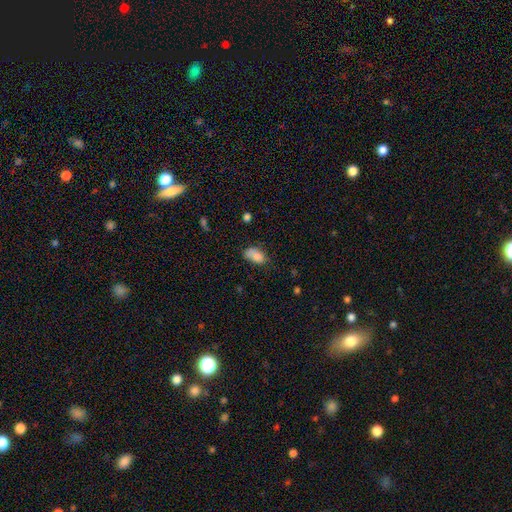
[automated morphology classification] smooth 80%, featured or disk 10%, star or artifact 9%. Down the decision tree: how rounded — in between (88%); merging — none (47%).